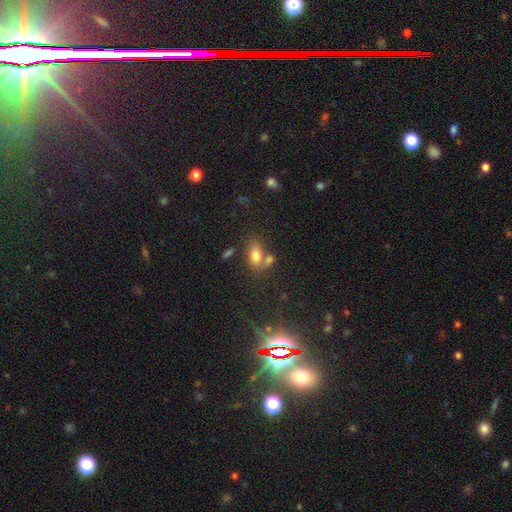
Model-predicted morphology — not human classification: Smooth or featured? smooth (76%)
How rounded? in between (87%)
Merging? none (50%)